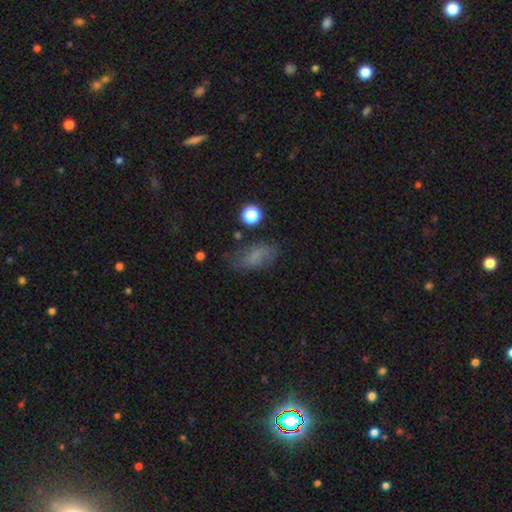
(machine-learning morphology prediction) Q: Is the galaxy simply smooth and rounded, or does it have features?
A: smooth — 68%.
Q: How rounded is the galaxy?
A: in between — 85%.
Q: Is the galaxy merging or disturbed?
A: none — 64%.